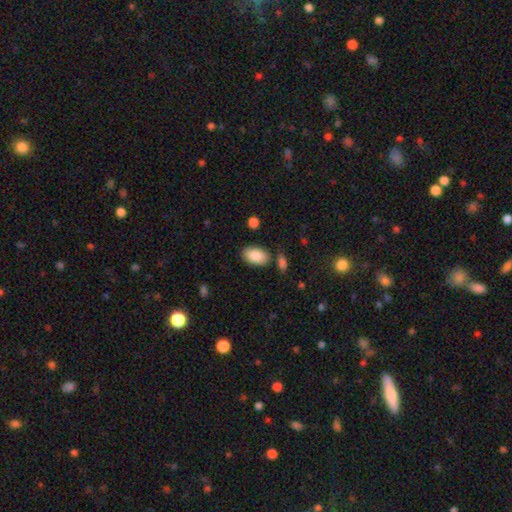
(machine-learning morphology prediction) smooth_or_featured: smooth (p=0.87) [alt: star or artifact p=0.06]
how_rounded: in between (p=0.93) [alt: round p=0.06]
merging: none (p=0.79) [alt: minor disturbance p=0.12]